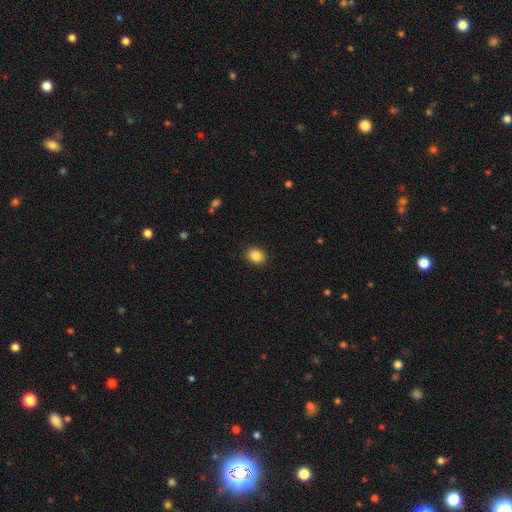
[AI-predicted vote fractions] smooth_or_featured: smooth (p=0.87) [alt: star or artifact p=0.09]
how_rounded: in between (p=0.52) [alt: round p=0.47]
merging: none (p=0.90) [alt: minor disturbance p=0.07]